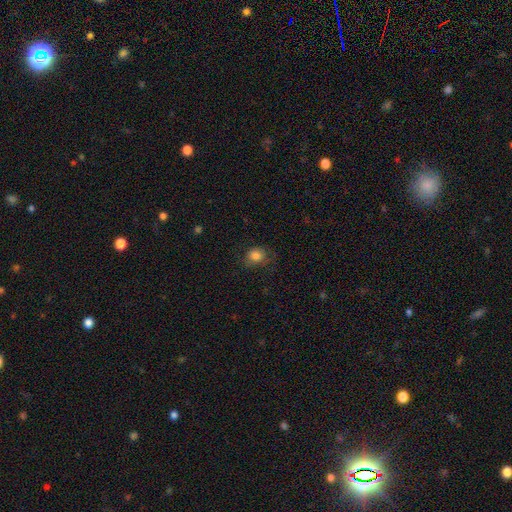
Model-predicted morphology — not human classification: A smooth galaxy with no disk features (80%) that is round (65%).

Vote fractions:
- Smooth or featured? smooth: 80% / star or artifact: 10% / featured or disk: 10%
- How rounded? round: 65% / in between: 34% / cigar-shaped: 1%
- Merging? none: 66% / minor disturbance: 22% / major disturbance: 11% / merger: 1%